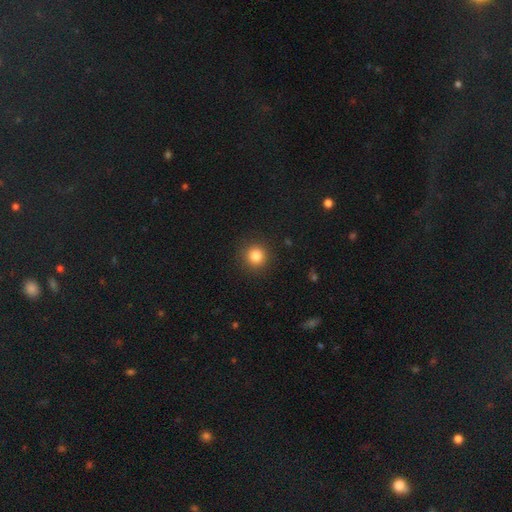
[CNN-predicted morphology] Smooth or featured?
  - smooth: 83% *
  - star or artifact: 12%
  - featured or disk: 5%
How rounded?
  - round: 93% *
  - in between: 6%
  - cigar-shaped: 1%
Merging?
  - none: 91% *
  - minor disturbance: 6%
  - major disturbance: 2%
  - merger: 1%